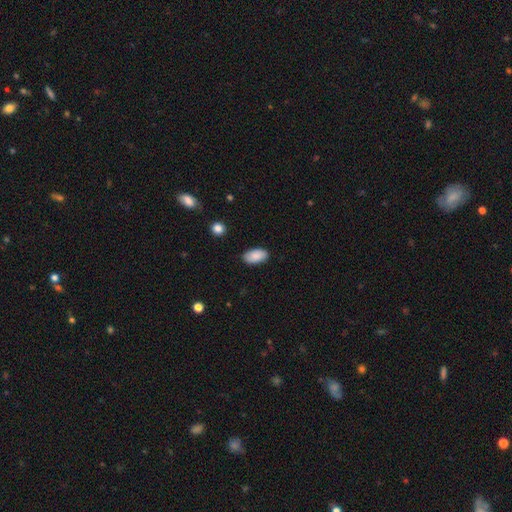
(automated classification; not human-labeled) Smooth or featured? smooth (88%)
How rounded? in between (95%)
Merging? none (86%)